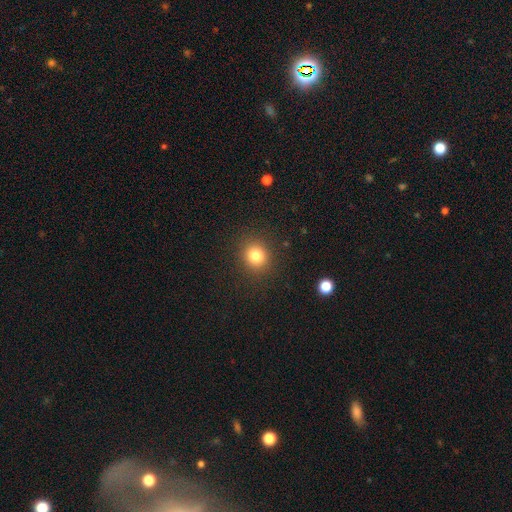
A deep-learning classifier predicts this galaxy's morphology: A smooth galaxy with no disk features (81%) that is round (86%). Merging: none (90%).